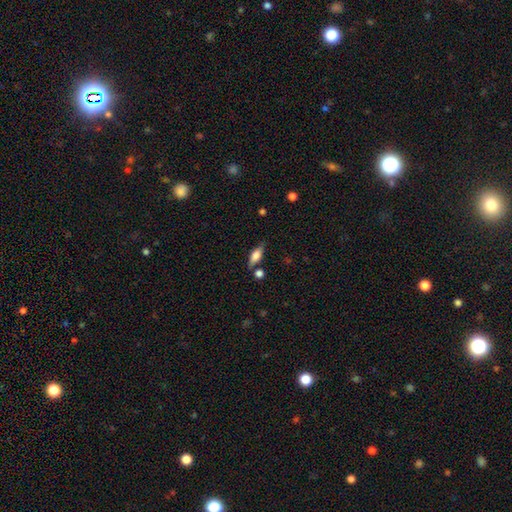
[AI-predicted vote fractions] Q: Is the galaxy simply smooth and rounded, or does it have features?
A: smooth — 56%.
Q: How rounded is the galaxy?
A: in between — 66%.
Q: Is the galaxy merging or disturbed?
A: none — 75%.